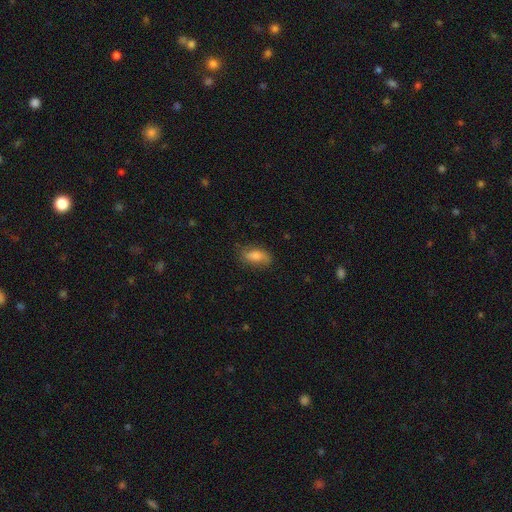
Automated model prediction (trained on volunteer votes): Q: Smooth or featured?
A: smooth (67%); runner-up: featured or disk (25%)
Q: How rounded?
A: in between (84%); runner-up: cigar-shaped (10%)
Q: Merging?
A: none (74%); runner-up: minor disturbance (20%)